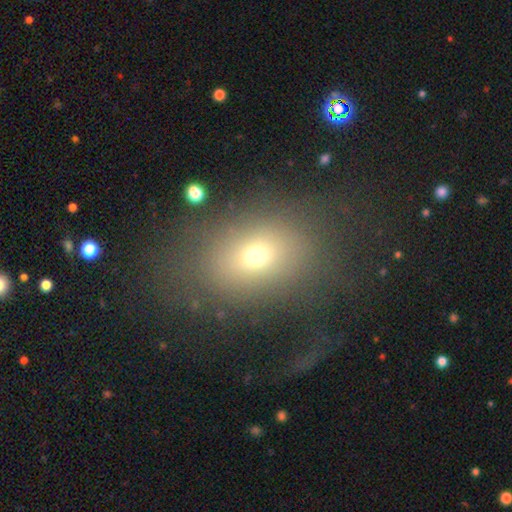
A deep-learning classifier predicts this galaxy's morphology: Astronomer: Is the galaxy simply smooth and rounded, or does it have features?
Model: smooth — 65%.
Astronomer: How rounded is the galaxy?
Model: in between — 61% (runner-up: round, 38%).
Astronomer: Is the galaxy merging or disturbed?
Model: none — 59%.